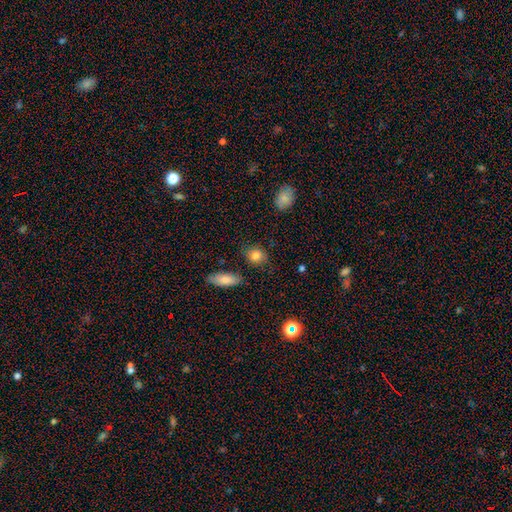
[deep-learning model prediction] Morphology: type=smooth (83%); roundness=round (57%); merging=none (83%).